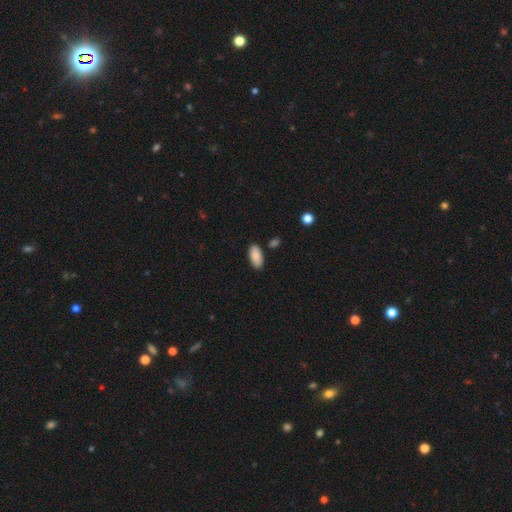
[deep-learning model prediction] smooth_or_featured: smooth (p=0.89) [alt: star or artifact p=0.06]
how_rounded: in between (p=0.91) [alt: cigar-shaped p=0.07]
merging: none (p=0.86) [alt: minor disturbance p=0.09]